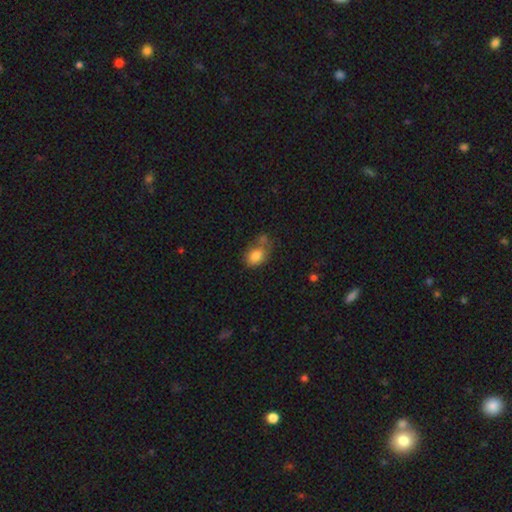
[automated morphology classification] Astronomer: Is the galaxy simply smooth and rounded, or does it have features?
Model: smooth — 81%.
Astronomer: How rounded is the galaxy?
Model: in between — 77%.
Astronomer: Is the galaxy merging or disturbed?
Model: none — 40% (runner-up: merger, 25%).